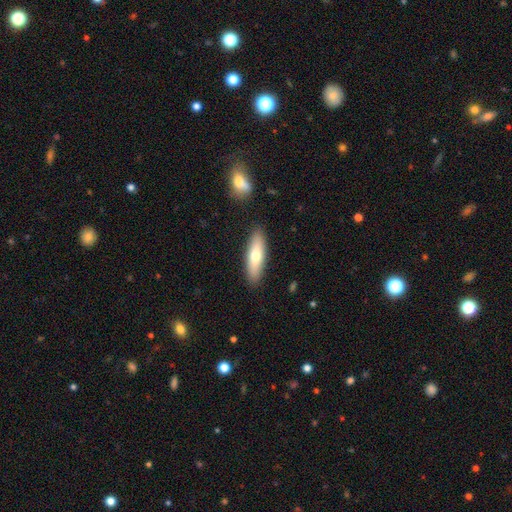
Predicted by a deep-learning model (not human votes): This is likely a smooth galaxy (65%). How rounded: possibly cigar-shaped (55%). Merging: clearly none (88%).